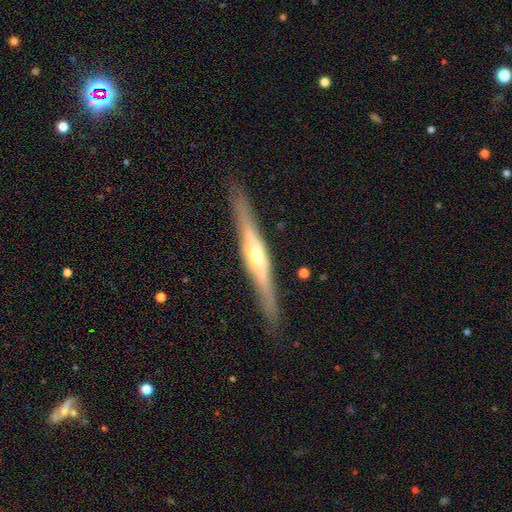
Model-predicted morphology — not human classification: Smooth or featured?
  - featured or disk: 78% *
  - smooth: 16%
  - star or artifact: 6%
Edge-on disk?
  - yes: 96% *
  - no: 4%
Edge-on bulge?
  - rounded: 81% *
  - boxy: 11%
  - none: 8%
Merging?
  - none: 90% *
  - minor disturbance: 7%
  - major disturbance: 2%
  - merger: 1%